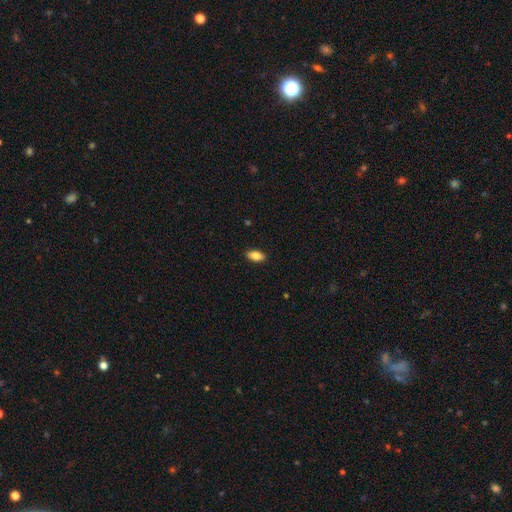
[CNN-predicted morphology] smooth 83%, featured or disk 10%, star or artifact 7%. Down the decision tree: how rounded — in between (90%); merging — none (89%).